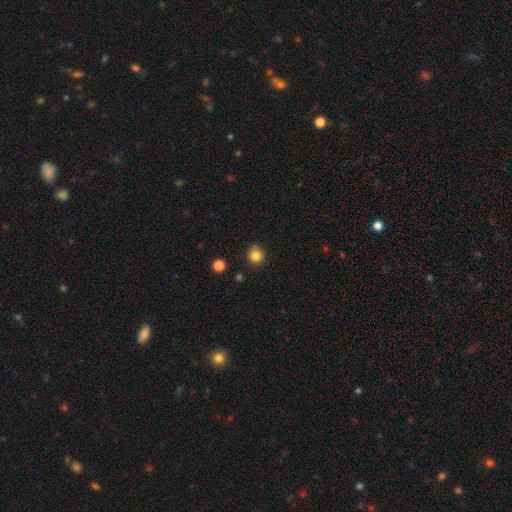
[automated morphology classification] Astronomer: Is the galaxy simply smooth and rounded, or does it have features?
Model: smooth — 83%.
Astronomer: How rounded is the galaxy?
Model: round — 91%.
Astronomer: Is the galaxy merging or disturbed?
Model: none — 83%.